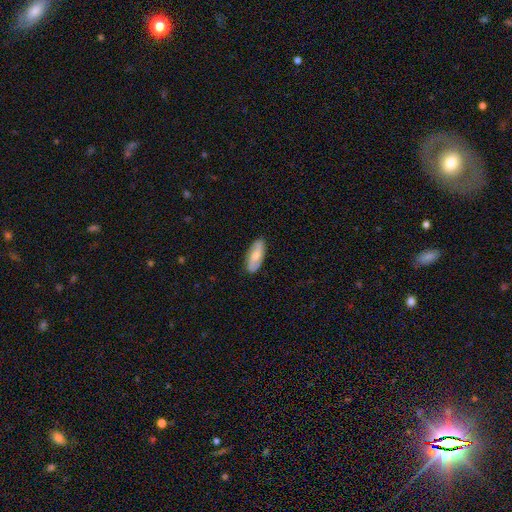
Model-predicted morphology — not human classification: This is possibly a smooth galaxy (49%). Merging: clearly none (87%).